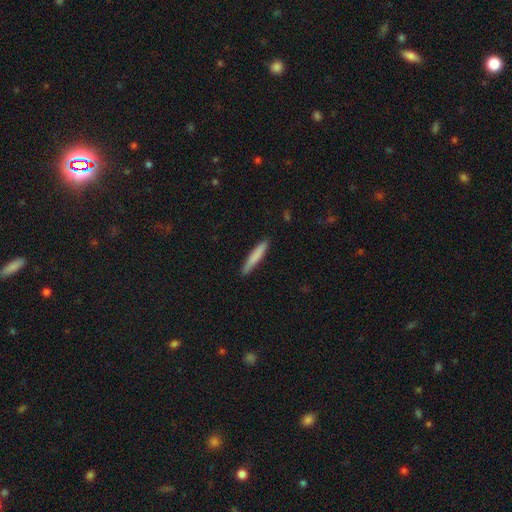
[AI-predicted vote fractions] Smooth or featured?
  - smooth: 79% *
  - featured or disk: 15%
  - star or artifact: 5%
How rounded?
  - cigar-shaped: 94% *
  - in between: 5%
  - round: 1%
Merging?
  - none: 89% *
  - minor disturbance: 9%
  - major disturbance: 2%
  - merger: 1%